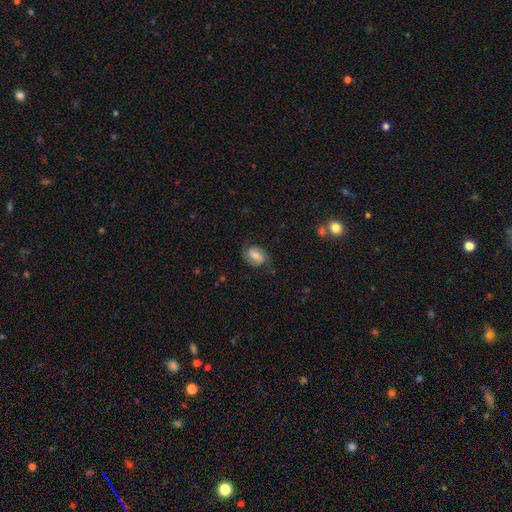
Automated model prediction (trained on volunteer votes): Smooth or featured? Predicted: featured or disk (p=0.52). Edge-on disk? Predicted: no (p=0.97). Merging? Predicted: none (p=0.71).